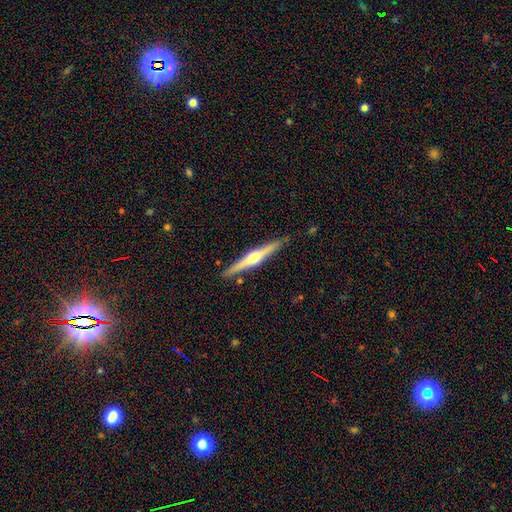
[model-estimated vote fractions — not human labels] The model was most divided on "smooth or featured": featured or disk: 76%, smooth: 20%, star or artifact: 5%. More confident: edge-on disk — yes (98%); edge-on bulge — rounded (93%); merging — none (89%).